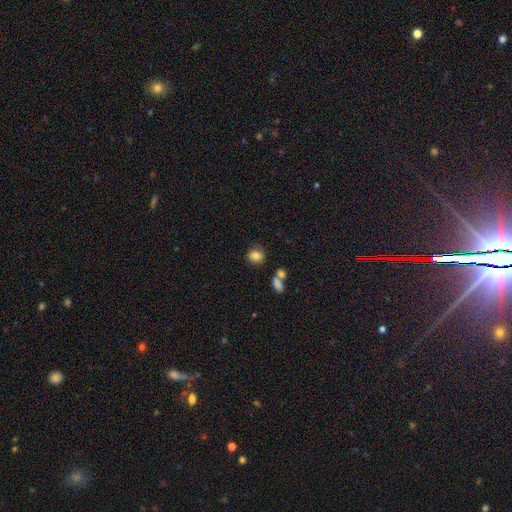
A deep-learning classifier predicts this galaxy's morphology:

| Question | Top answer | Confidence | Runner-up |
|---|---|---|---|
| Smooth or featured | smooth | 82% | star or artifact (10%) |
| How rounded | round | 70% | in between (29%) |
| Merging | none | 71% | minor disturbance (14%) |